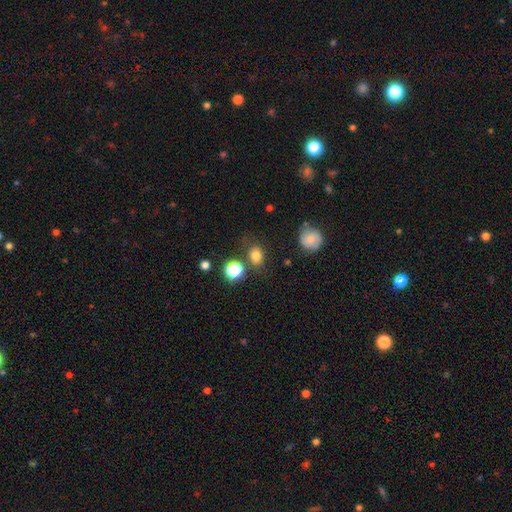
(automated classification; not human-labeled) Smooth or featured?
  - smooth: 78% *
  - star or artifact: 14%
  - featured or disk: 8%
How rounded?
  - in between: 55% *
  - round: 44%
  - cigar-shaped: 1%
Merging?
  - none: 72% *
  - minor disturbance: 15%
  - merger: 7%
  - major disturbance: 6%